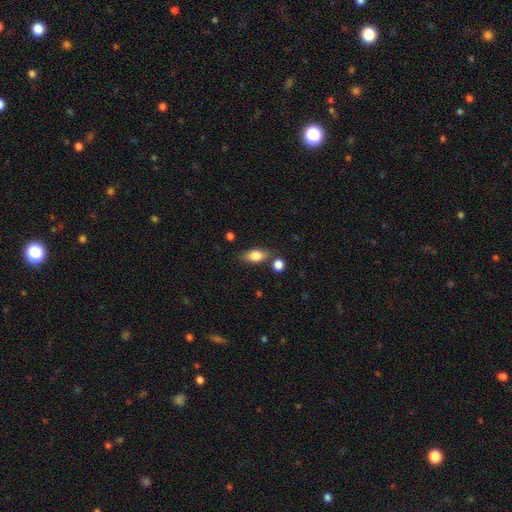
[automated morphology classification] Smooth or featured? smooth (81%)
How rounded? in between (84%)
Merging? none (72%)